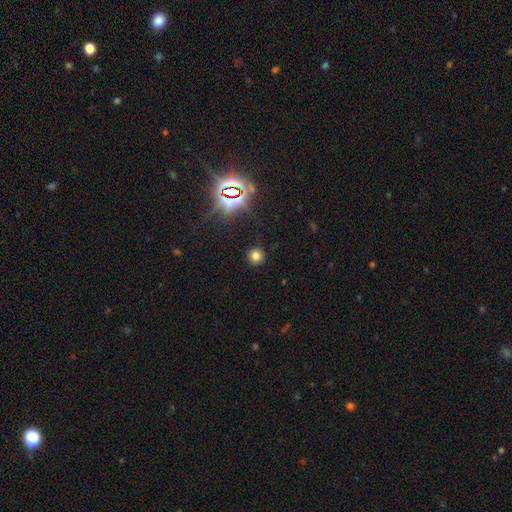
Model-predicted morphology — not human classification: The model was most divided on "smooth or featured": smooth: 72%, star or artifact: 22%, featured or disk: 6%. More confident: how rounded — round (93%); merging — none (89%).